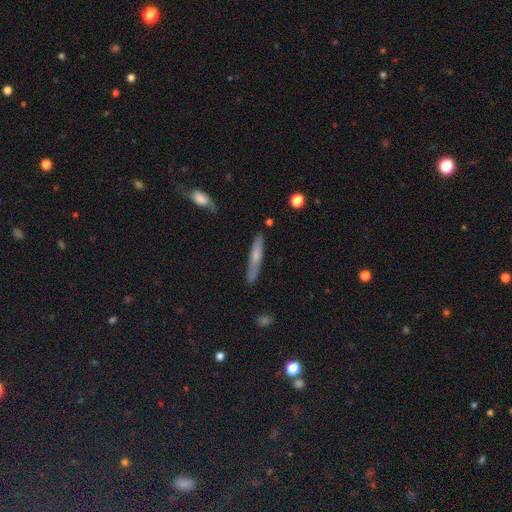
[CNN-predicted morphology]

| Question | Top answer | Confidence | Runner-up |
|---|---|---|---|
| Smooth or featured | smooth | 55% | featured or disk (37%) |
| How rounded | cigar-shaped | 92% | in between (6%) |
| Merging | none | 81% | minor disturbance (14%) |